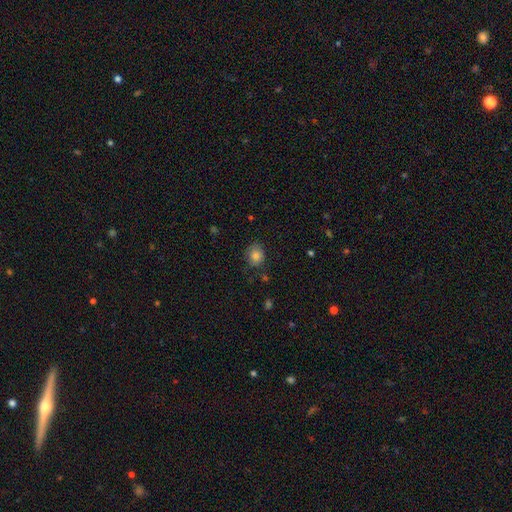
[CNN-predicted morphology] smooth 83%, star or artifact 10%, featured or disk 7%. Down the decision tree: how rounded — round (70%); merging — none (74%).